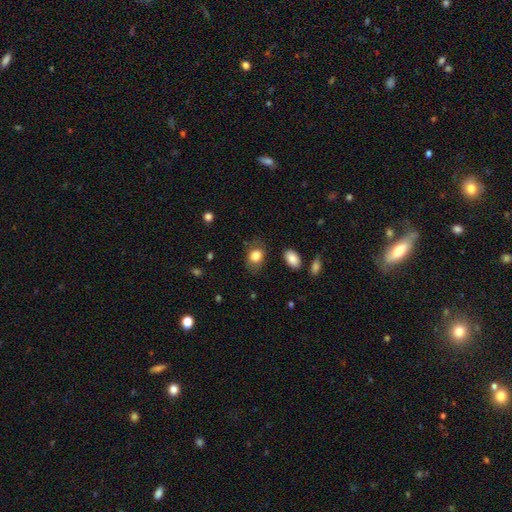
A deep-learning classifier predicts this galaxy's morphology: A smooth galaxy with no disk features (81%) that is in between round and cigar-shaped (67%).

Vote fractions:
- Smooth or featured? smooth: 81% / featured or disk: 11% / star or artifact: 8%
- How rounded? in between: 67% / round: 32% / cigar-shaped: 1%
- Merging? none: 72% / minor disturbance: 19% / major disturbance: 7% / merger: 2%